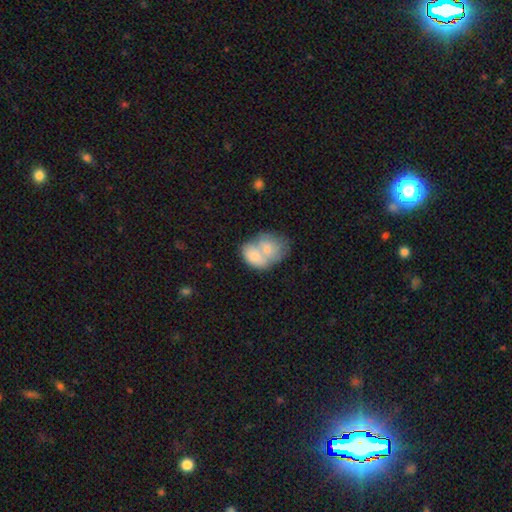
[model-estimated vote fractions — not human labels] Smooth or featured? Predicted: smooth (p=0.70). How rounded? Predicted: in between (p=0.70). Merging? Predicted: merger (p=0.74).